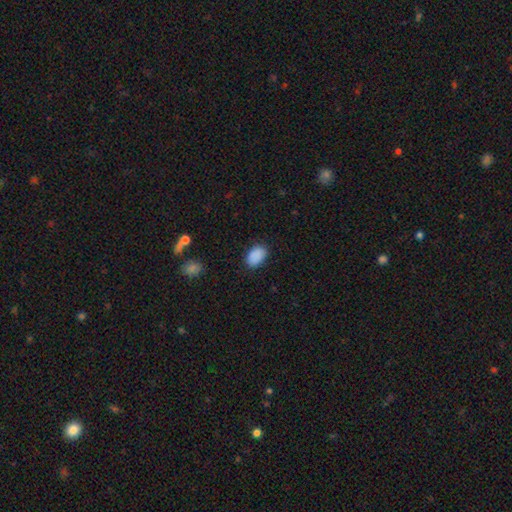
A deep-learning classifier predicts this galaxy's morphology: Smooth or featured? Predicted: smooth (p=0.89). How rounded? Predicted: in between (p=0.88). Merging? Predicted: none (p=0.84).